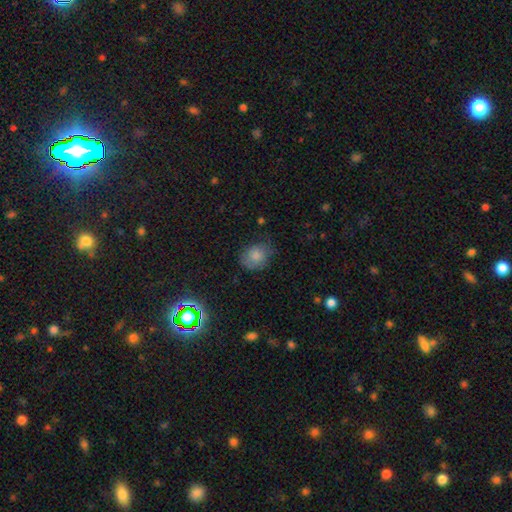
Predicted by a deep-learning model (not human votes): Morphology: type=smooth (79%); roundness=round (61%); merging=none (63%).